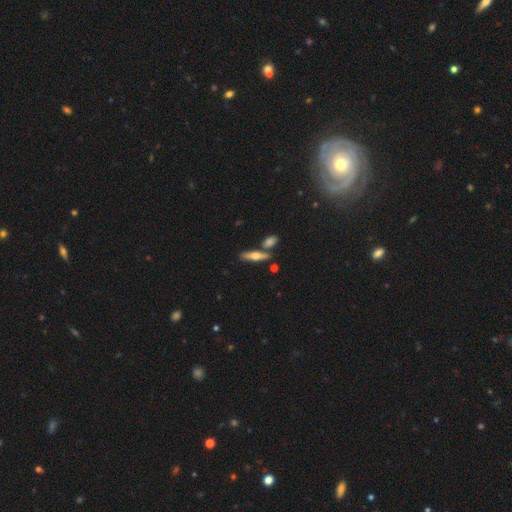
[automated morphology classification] Smooth or featured?
  - featured or disk: 51% *
  - smooth: 43%
  - star or artifact: 7%
Edge-on disk?
  - yes: 92% *
  - no: 8%
Merging?
  - none: 73% *
  - merger: 14%
  - minor disturbance: 10%
  - major disturbance: 3%